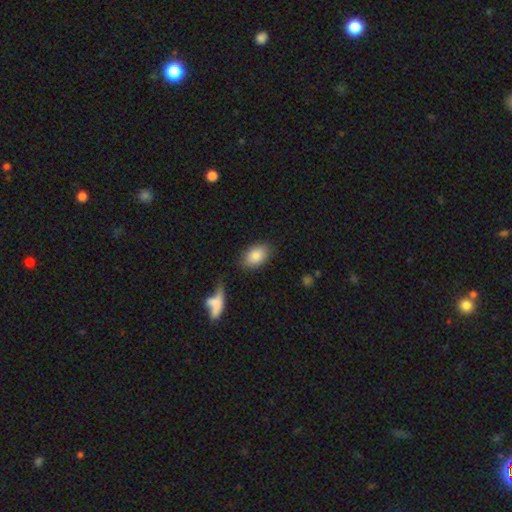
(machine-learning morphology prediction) Smooth or featured: smooth — 84% (featured or disk — 9%)
How rounded: in between — 87% (round — 12%)
Merging: none — 78% (minor disturbance — 14%)